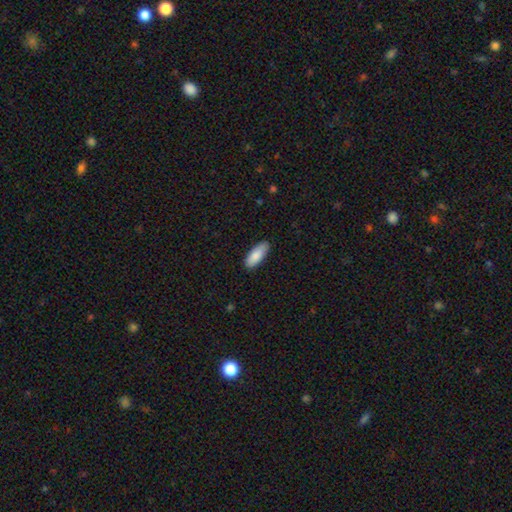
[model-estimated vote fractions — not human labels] Overall: smooth (86%). How rounded: in between (79%). Merging: none (85%).